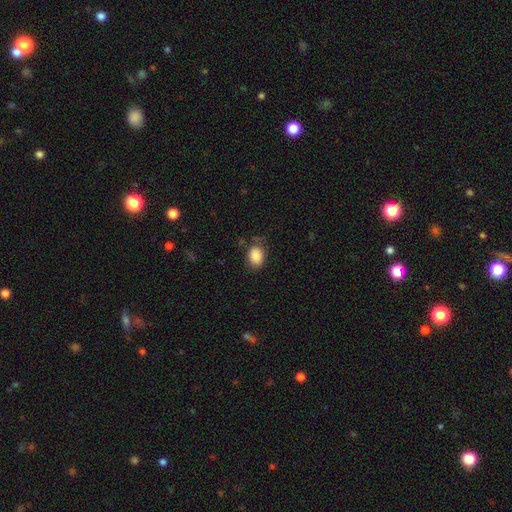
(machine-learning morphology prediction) Q: Smooth or featured?
A: smooth (87%); runner-up: star or artifact (8%)
Q: How rounded?
A: in between (67%); runner-up: round (32%)
Q: Merging?
A: none (73%); runner-up: minor disturbance (19%)